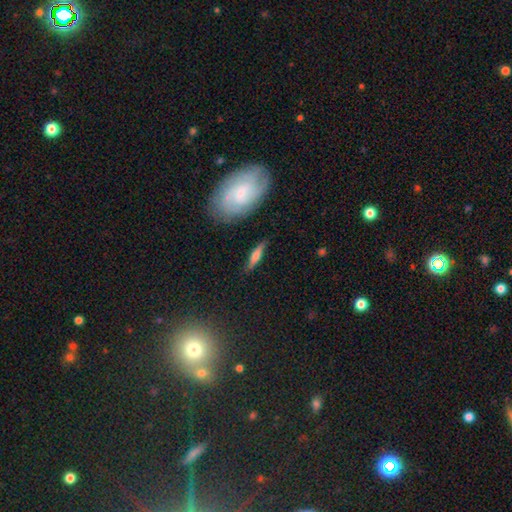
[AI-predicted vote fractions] Smooth or featured?
  - featured or disk: 47% *
  - smooth: 45%
  - star or artifact: 7%
Merging?
  - none: 81% *
  - minor disturbance: 13%
  - major disturbance: 3%
  - merger: 2%